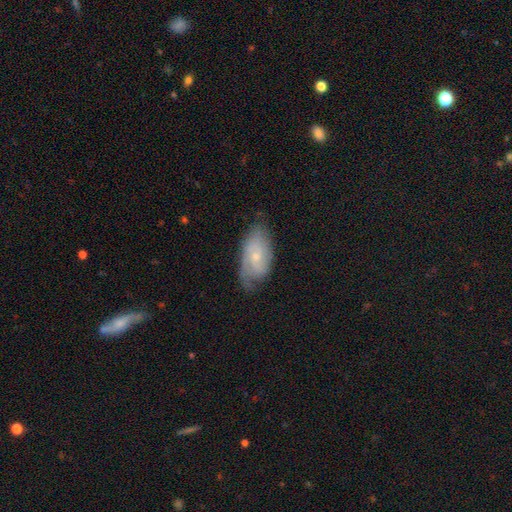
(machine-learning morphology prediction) The model was most divided on "smooth or featured": featured or disk: 58%, smooth: 35%, star or artifact: 7%. More confident: edge-on disk — no (93%); spiral arms — yes (83%); bar — no (69%); bulge size — small (68%); merging — none (62%).